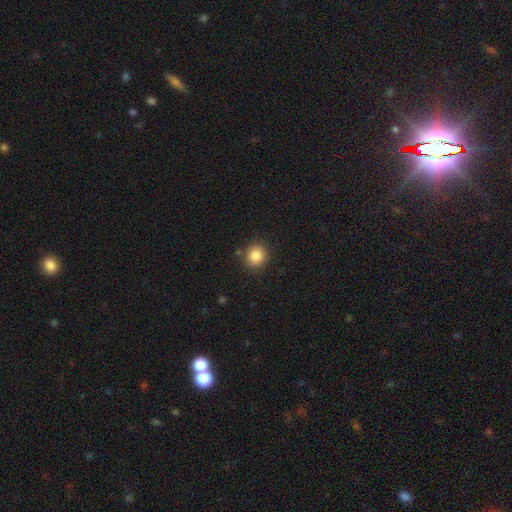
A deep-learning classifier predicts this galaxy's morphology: smooth 85%, star or artifact 10%, featured or disk 5%. Down the decision tree: how rounded — round (87%); merging — none (88%).